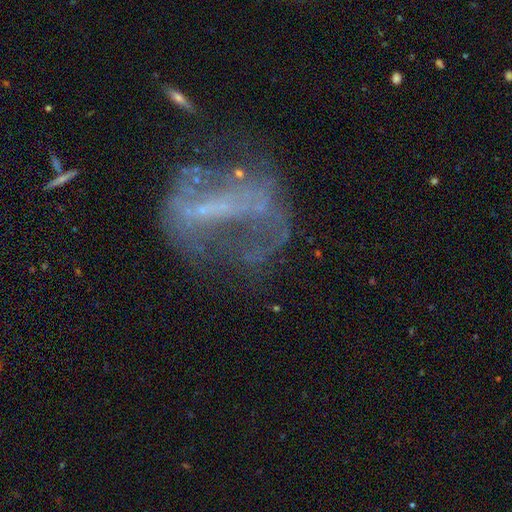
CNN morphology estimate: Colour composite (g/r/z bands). It shows a featured or disk galaxy (67%) with no bar (46%), no spiral arms (59%) and no central bulge (51%). Merging: none (43%).